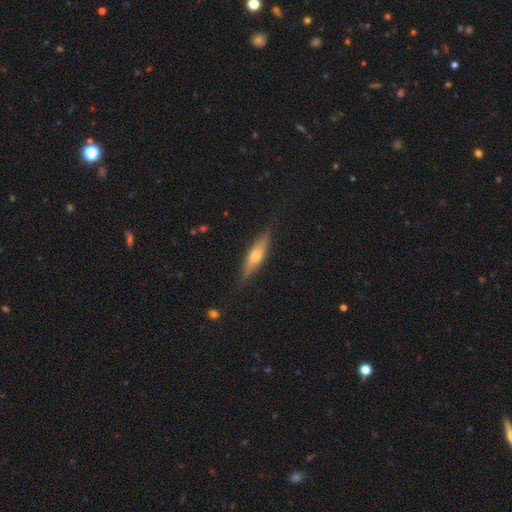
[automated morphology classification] type=featured or disk (48%); merging=none (83%).